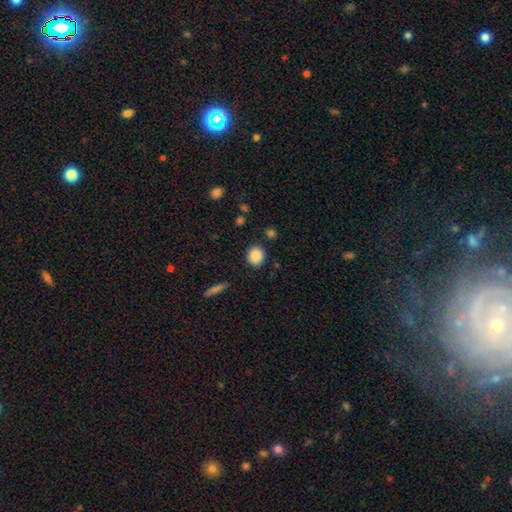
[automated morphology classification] Smooth or featured? Predicted: smooth (p=0.88). How rounded? Predicted: round (p=0.75). Merging? Predicted: none (p=0.87).